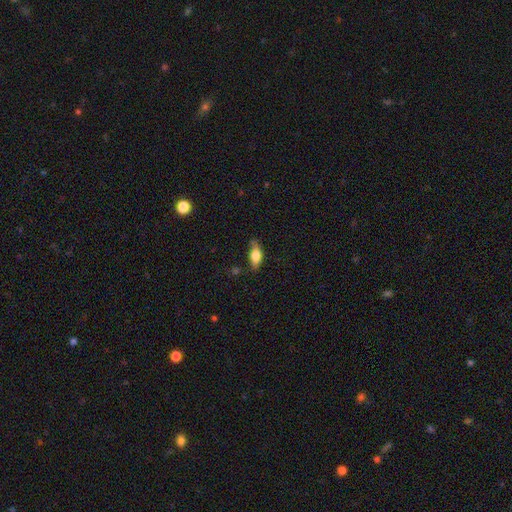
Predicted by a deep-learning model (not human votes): smooth 67%, featured or disk 25%, star or artifact 8%. Down the decision tree: how rounded — in between (80%); merging — none (64%).